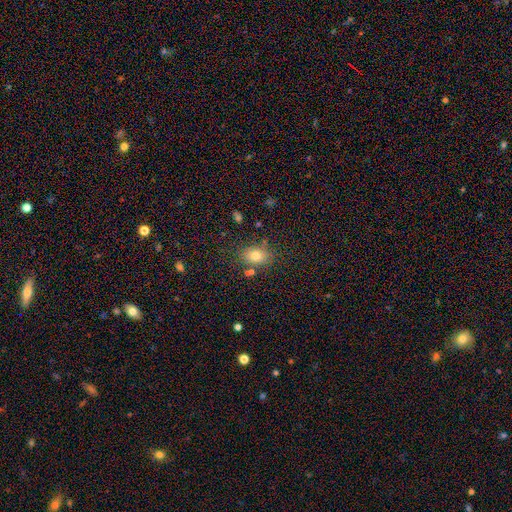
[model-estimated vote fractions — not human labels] This appears to be a smooth galaxy with no disk features (77%) that is in between round and cigar-shaped (72%). Merging: none (76%).